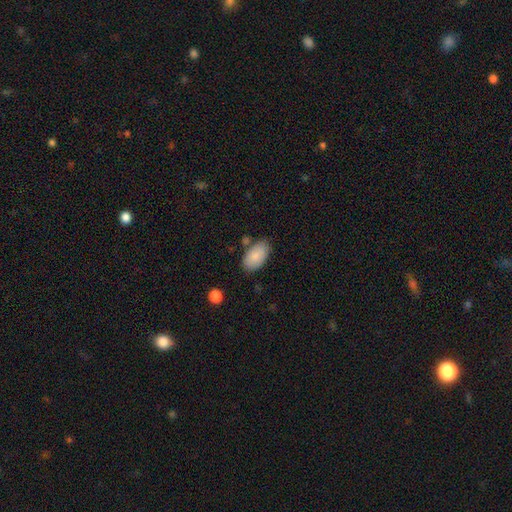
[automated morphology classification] A smooth galaxy with no disk features (85%) that is in between round and cigar-shaped (95%).

Vote fractions:
- Smooth or featured? smooth: 85% / featured or disk: 9% / star or artifact: 6%
- How rounded? in between: 95% / round: 4% / cigar-shaped: 2%
- Merging? none: 75% / minor disturbance: 17% / merger: 5% / major disturbance: 4%